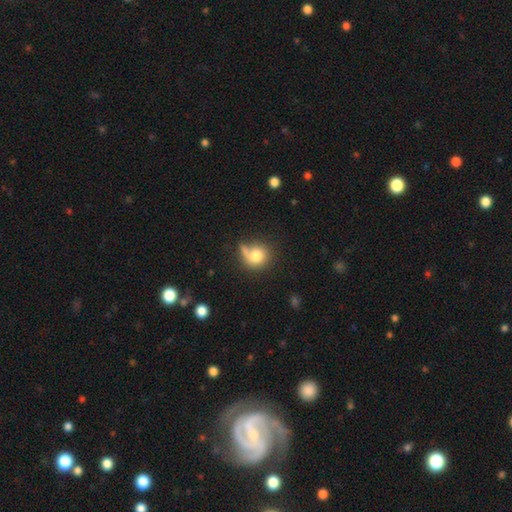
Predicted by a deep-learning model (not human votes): A smooth galaxy with no disk features (78%) that is round (83%). Merging: none (48%).